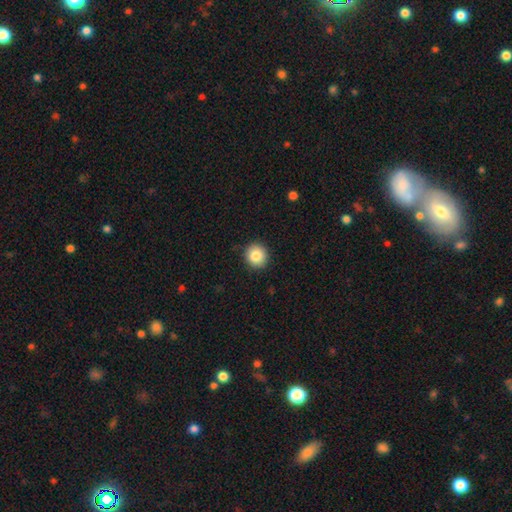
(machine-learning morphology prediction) Q: Smooth or featured?
A: smooth (84%); runner-up: star or artifact (9%)
Q: How rounded?
A: round (91%); runner-up: in between (8%)
Q: Merging?
A: none (90%); runner-up: minor disturbance (7%)